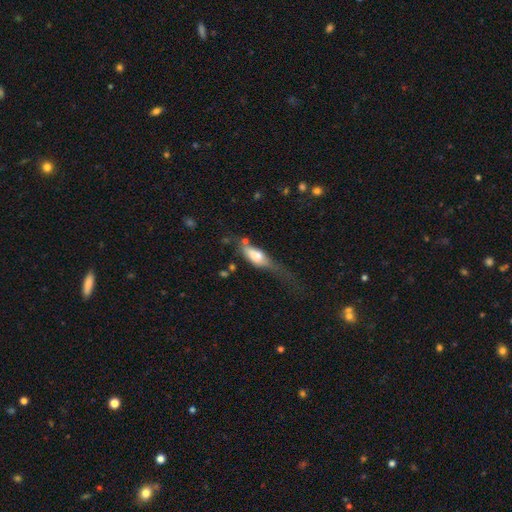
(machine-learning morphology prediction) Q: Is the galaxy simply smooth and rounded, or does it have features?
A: smooth — 60%.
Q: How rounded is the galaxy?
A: in between — 69%.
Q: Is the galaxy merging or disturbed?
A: major disturbance — 43%.